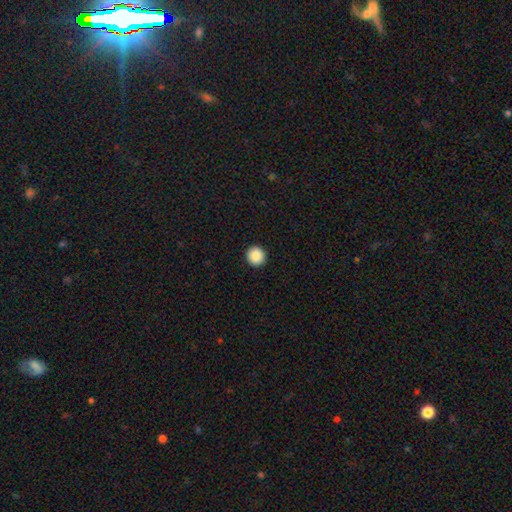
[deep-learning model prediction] This is clearly a smooth galaxy (89%). How rounded: clearly round (94%). Merging: clearly none (93%).